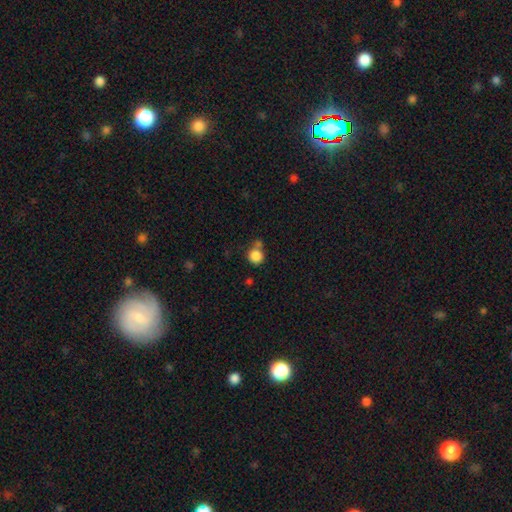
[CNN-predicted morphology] A smooth galaxy with no disk features (86%) that is round (91%). Merging: none (60%).